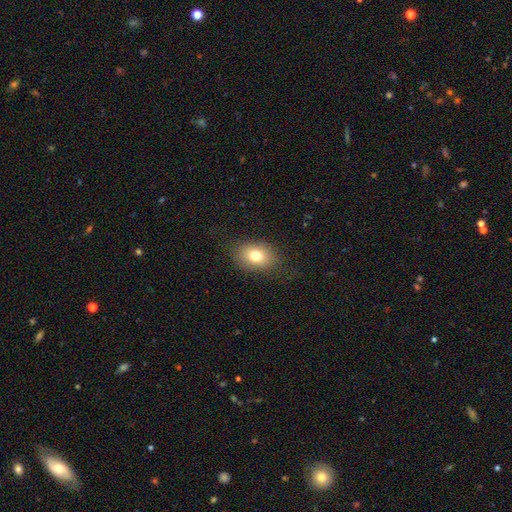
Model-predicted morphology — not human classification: A smooth galaxy with no disk features (76%) that is in between round and cigar-shaped (73%).

Vote fractions:
- Smooth or featured? smooth: 76% / featured or disk: 13% / star or artifact: 11%
- How rounded? in between: 73% / round: 26% / cigar-shaped: 1%
- Merging? none: 79% / minor disturbance: 14% / major disturbance: 6% / merger: 1%